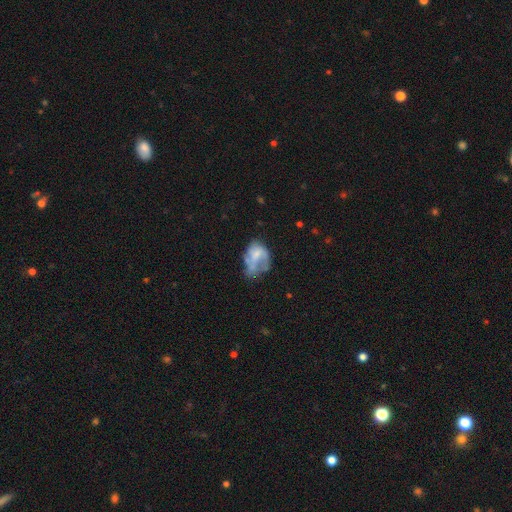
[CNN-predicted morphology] Q: Smooth or featured?
A: featured or disk (47%); runner-up: smooth (44%)
Q: Merging?
A: major disturbance (36%); runner-up: none (27%)